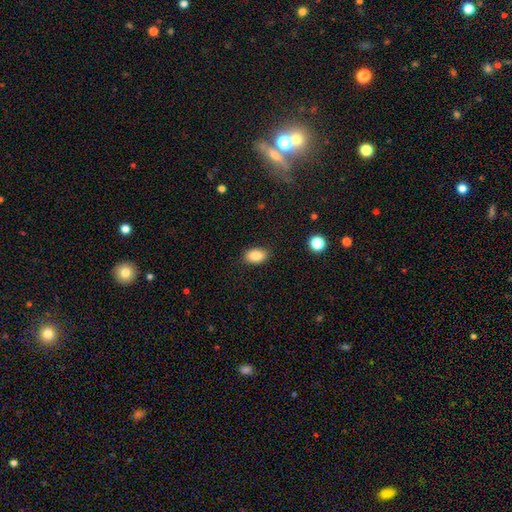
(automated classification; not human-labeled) Smooth or featured? smooth (86%)
How rounded? in between (89%)
Merging? none (87%)